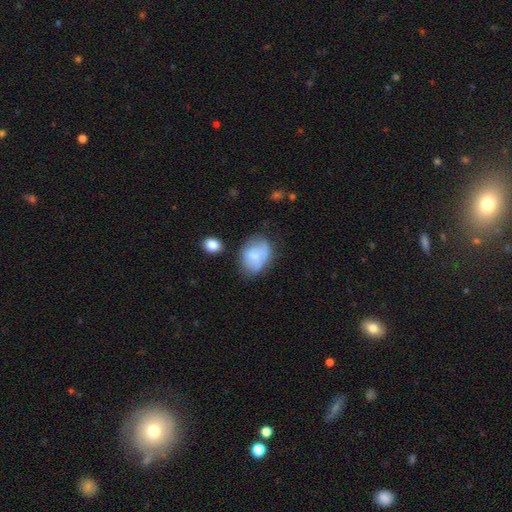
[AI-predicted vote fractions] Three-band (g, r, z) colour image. It shows a smooth galaxy with no disk features (70%) that is in between round and cigar-shaped (67%). Merging: none (49%).